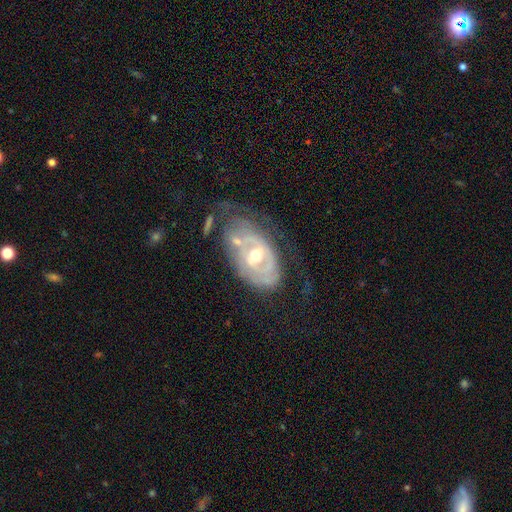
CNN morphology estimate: The model was most divided on "spiral arm count": can't tell: 42%, 2: 37%, 3: 8%, 1: 8%, 4: 3%, more than 4: 3%. Remaining: edge-on disk — no (95%); smooth or featured — featured or disk (81%); spiral arms — yes (74%); bulge size — moderate (65%); spiral winding — tight (61%); bar — no (48%); merging — none (43%).